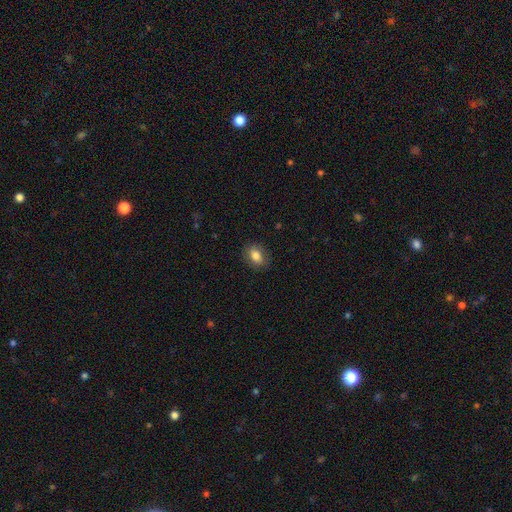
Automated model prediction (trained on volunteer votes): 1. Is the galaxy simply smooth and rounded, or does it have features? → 82% smooth, 10% featured or disk, 9% star or artifact.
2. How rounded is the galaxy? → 72% in between, 27% round, 2% cigar-shaped.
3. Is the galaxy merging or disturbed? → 86% none, 11% minor disturbance, 3% major disturbance, 1% merger.